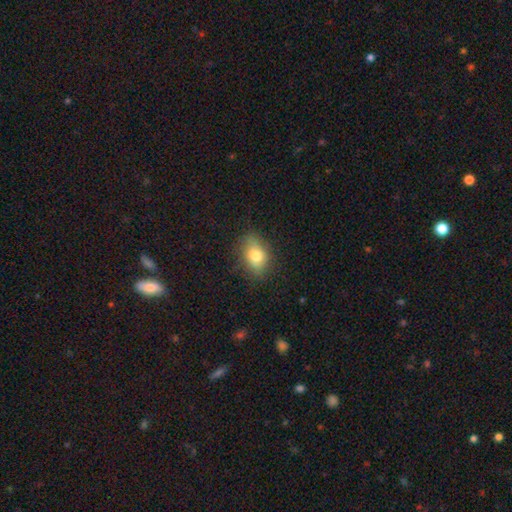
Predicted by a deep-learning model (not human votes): Q: Smooth or featured?
A: smooth (77%); runner-up: featured or disk (13%)
Q: How rounded?
A: in between (70%); runner-up: round (28%)
Q: Merging?
A: none (77%); runner-up: minor disturbance (17%)